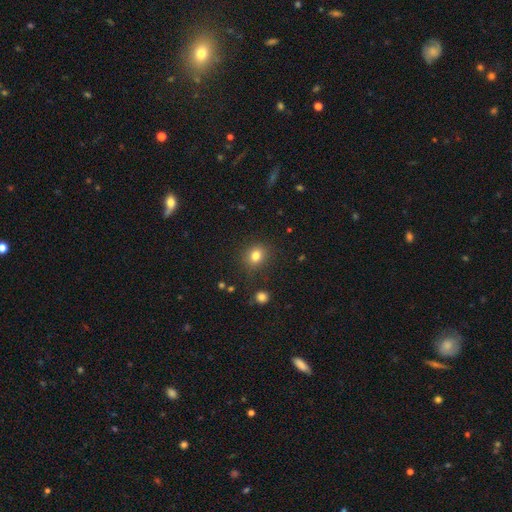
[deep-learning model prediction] Smooth or featured: smooth — 81% (star or artifact — 13%)
How rounded: round — 67% (in between — 32%)
Merging: none — 85% (minor disturbance — 10%)